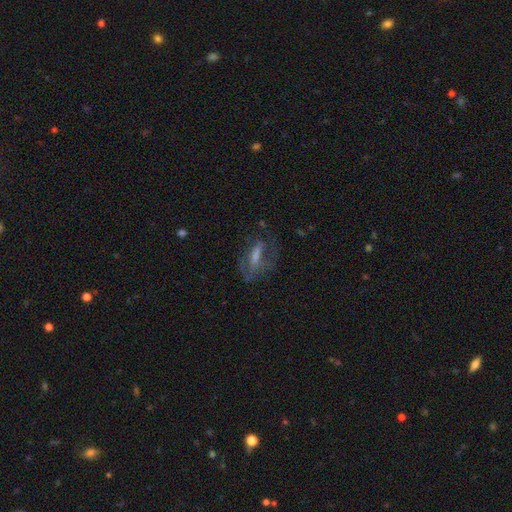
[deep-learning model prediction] smooth-or-featured: featured or disk: 57% | smooth: 29% | star or artifact: 14%
  disk-edge-on: no: 82% | yes: 18%
  merging: none: 54% | major disturbance: 25% | minor disturbance: 19% | merger: 2%